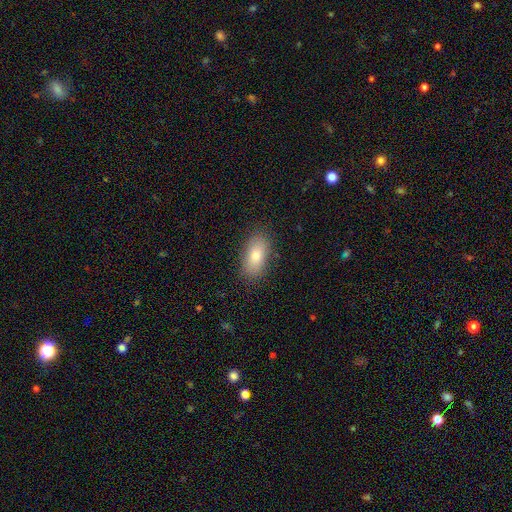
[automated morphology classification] A smooth galaxy with no disk features (78%) that is in between round and cigar-shaped (90%). Merging: none (86%).